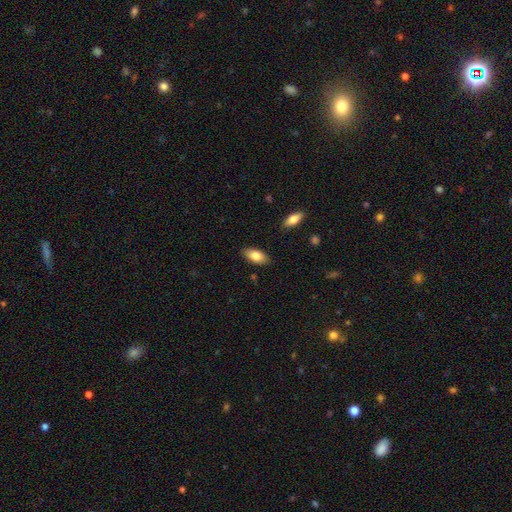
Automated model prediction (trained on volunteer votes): Overall: smooth (81%). How rounded: in between (91%). Merging: none (86%).